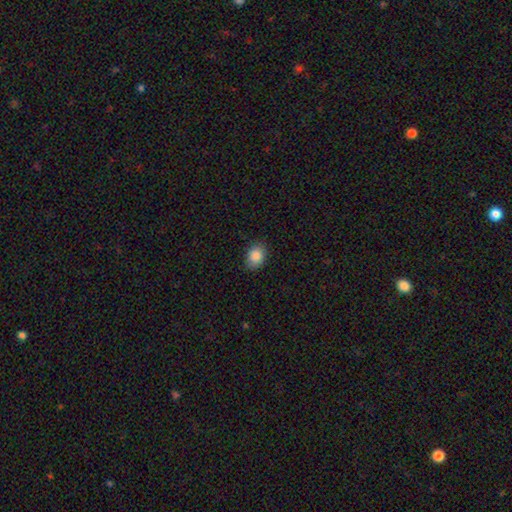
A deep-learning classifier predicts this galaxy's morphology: This appears to be a smooth galaxy with no disk features (87%) that is in between round and cigar-shaped (64%). Merging: none (81%).